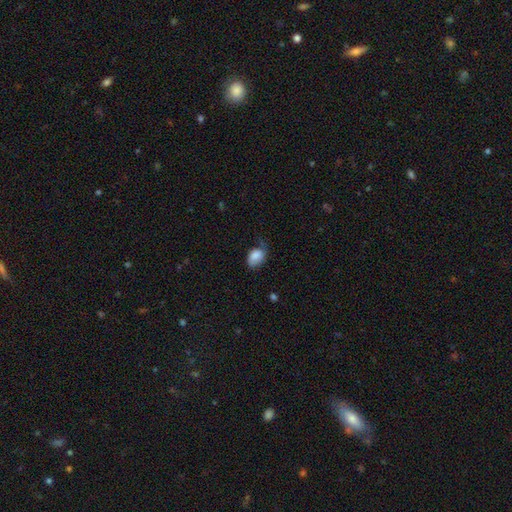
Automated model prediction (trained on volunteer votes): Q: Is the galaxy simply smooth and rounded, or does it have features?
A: smooth — 80%.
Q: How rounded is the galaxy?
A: in between — 81%.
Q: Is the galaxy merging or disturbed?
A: none — 47%.